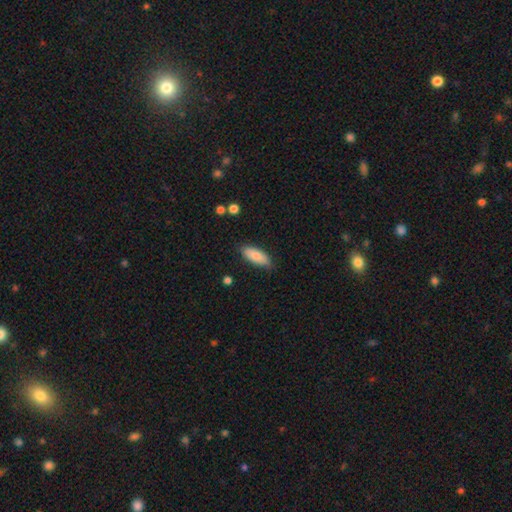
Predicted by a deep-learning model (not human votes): Overall: smooth (85%). How rounded: in between (75%). Merging: none (81%).